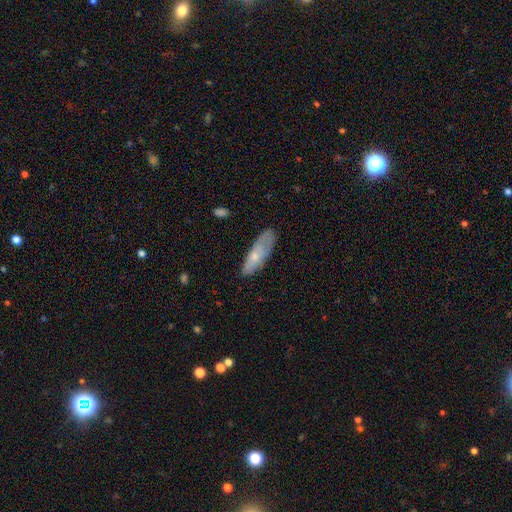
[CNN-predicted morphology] The model was most divided on "how rounded": in between: 54%, cigar-shaped: 44%, round: 2%. More confident: smooth or featured — smooth (64%); merging — none (61%).